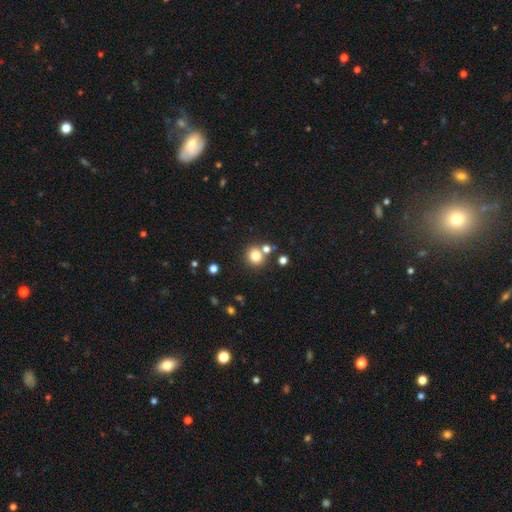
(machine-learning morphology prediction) A smooth galaxy with no disk features (79%) that is round (91%). Merging: none (70%).